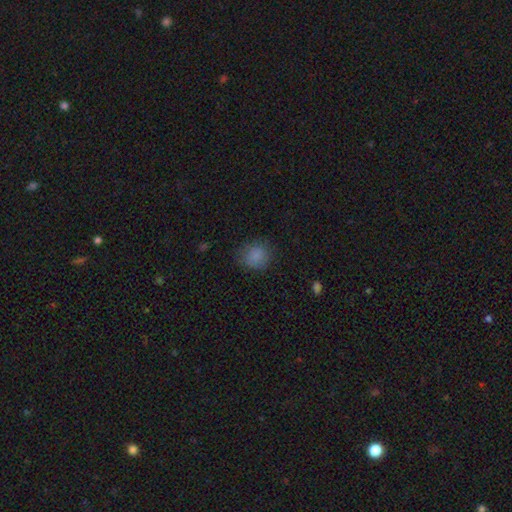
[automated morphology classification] Smooth or featured? Predicted: smooth (p=0.85). How rounded? Predicted: round (p=0.82). Merging? Predicted: none (p=0.79).